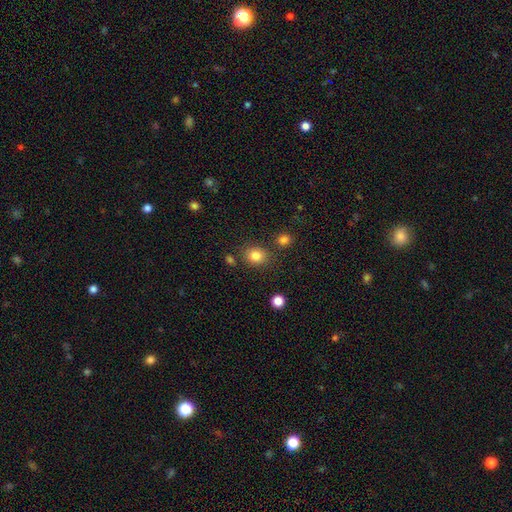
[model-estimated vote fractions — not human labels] Q: Smooth or featured?
A: smooth (83%); runner-up: star or artifact (11%)
Q: How rounded?
A: round (66%); runner-up: in between (33%)
Q: Merging?
A: none (79%); runner-up: minor disturbance (11%)